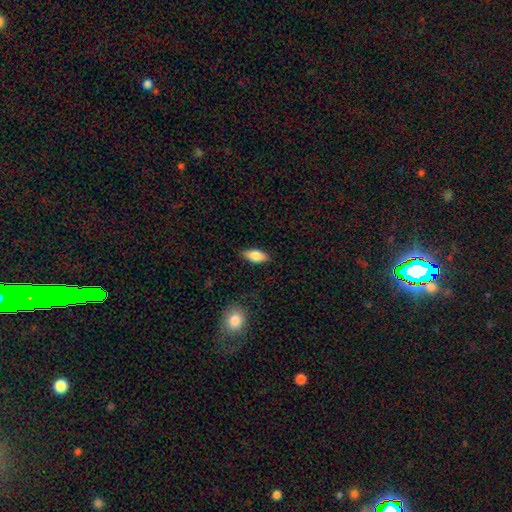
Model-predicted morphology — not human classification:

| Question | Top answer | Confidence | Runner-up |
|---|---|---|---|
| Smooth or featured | smooth | 80% | featured or disk (14%) |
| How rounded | in between | 84% | cigar-shaped (13%) |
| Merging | none | 84% | minor disturbance (12%) |